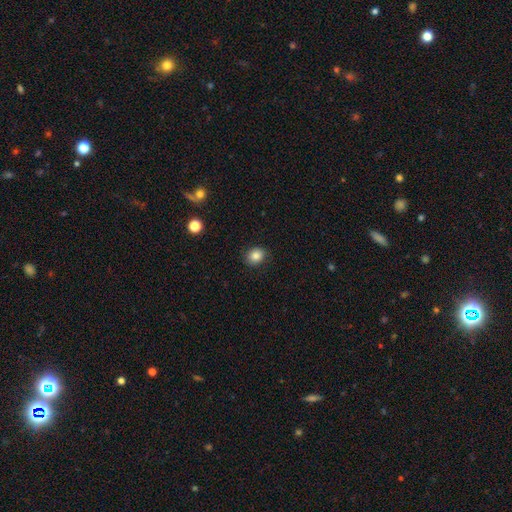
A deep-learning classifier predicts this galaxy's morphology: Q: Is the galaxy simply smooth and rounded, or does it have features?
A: smooth — 85%.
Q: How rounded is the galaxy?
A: round — 69%.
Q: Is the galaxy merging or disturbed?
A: none — 88%.